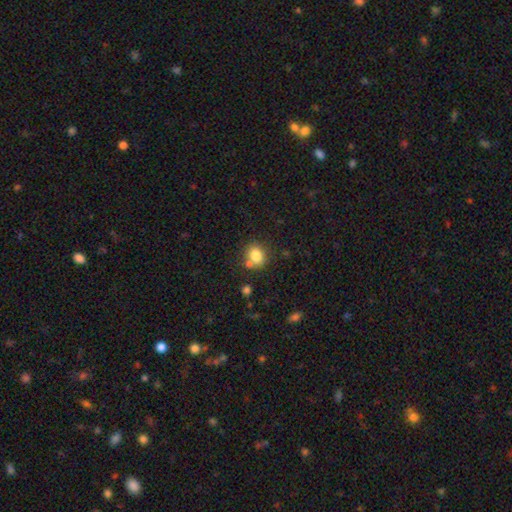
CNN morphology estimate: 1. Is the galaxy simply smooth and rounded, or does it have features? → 80% smooth, 11% star or artifact, 9% featured or disk.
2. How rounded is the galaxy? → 63% round, 36% in between, 1% cigar-shaped.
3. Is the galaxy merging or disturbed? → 64% none, 20% merger, 13% minor disturbance, 4% major disturbance.